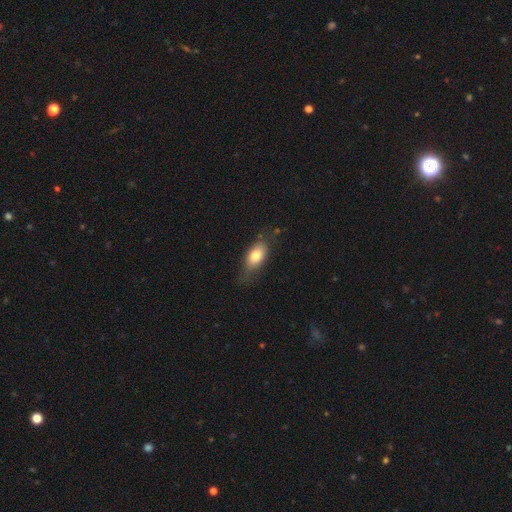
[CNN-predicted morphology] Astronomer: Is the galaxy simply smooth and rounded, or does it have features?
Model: smooth — 77%.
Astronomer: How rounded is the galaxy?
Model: in between — 86%.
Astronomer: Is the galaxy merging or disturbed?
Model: none — 63%.